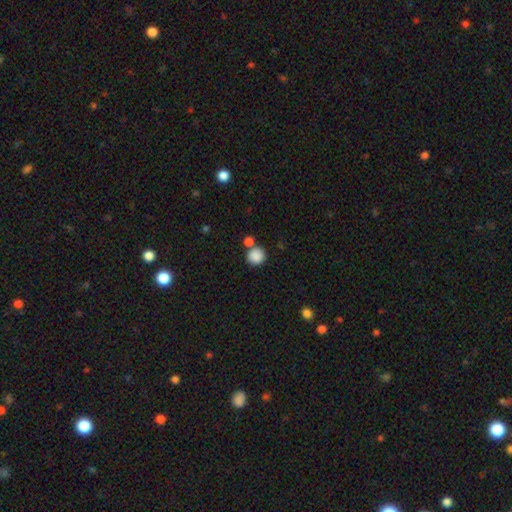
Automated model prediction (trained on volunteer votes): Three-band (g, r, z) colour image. It shows a smooth galaxy with no disk features (87%) that is round (89%). Merging: none (66%).